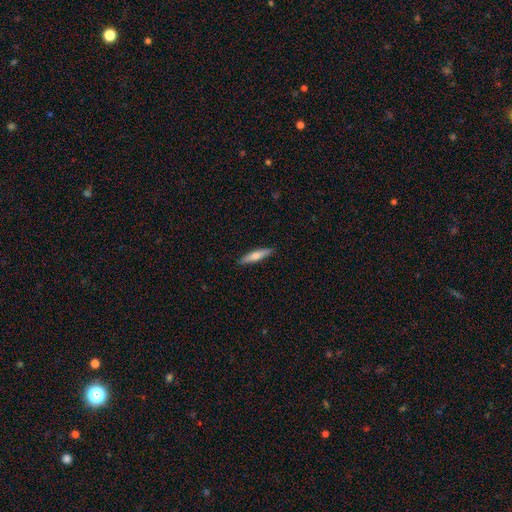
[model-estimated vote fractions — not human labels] This is possibly a smooth galaxy (59%). How rounded: clearly cigar-shaped (84%). Merging: clearly none (90%).